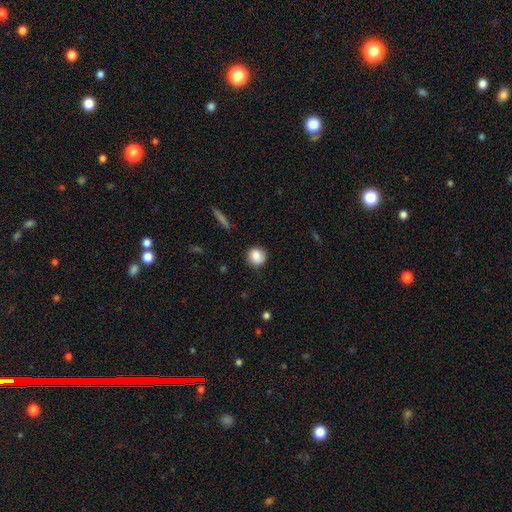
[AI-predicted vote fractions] Smooth or featured? smooth (83%)
How rounded? round (86%)
Merging? none (83%)